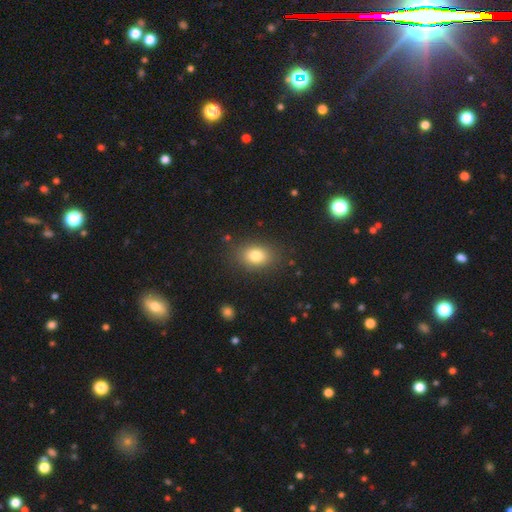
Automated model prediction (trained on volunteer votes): Smooth or featured? Predicted: smooth (p=0.80). How rounded? Predicted: in between (p=0.71). Merging? Predicted: none (p=0.85).